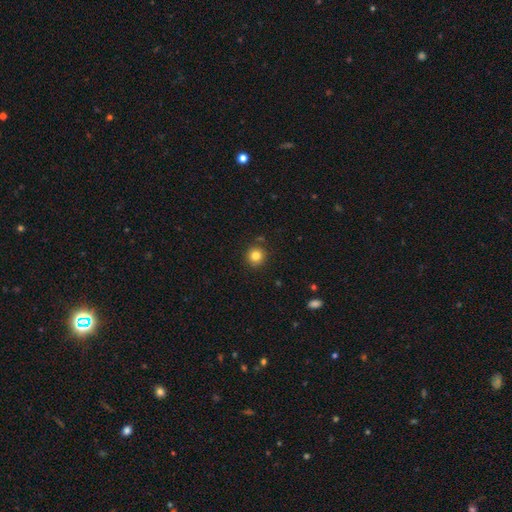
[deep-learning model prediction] This appears to be a smooth galaxy with no disk features (82%) that is round (93%). Merging: none (89%).